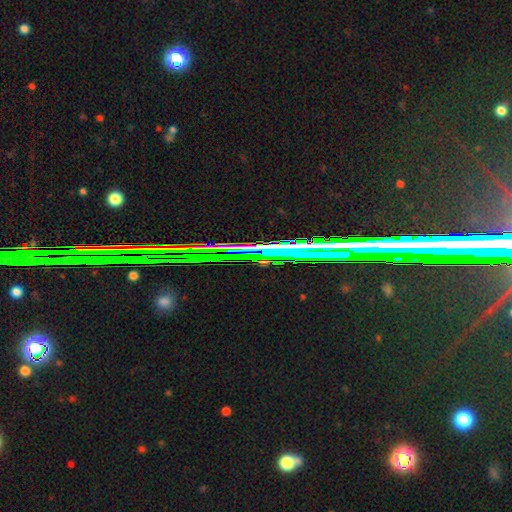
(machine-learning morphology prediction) This is likely a star or artifact rather than a galaxy (77%).